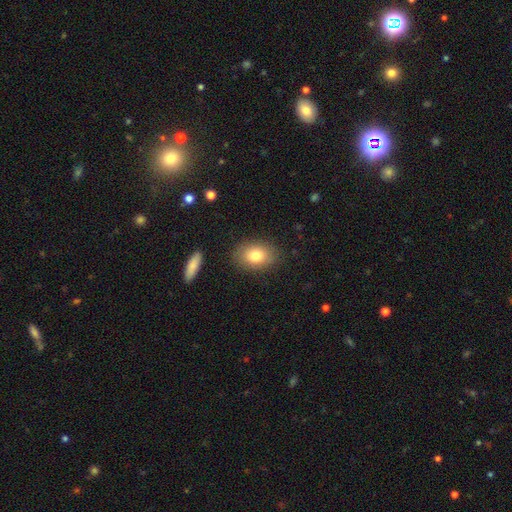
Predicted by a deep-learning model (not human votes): Smooth or featured: smooth — 79% (featured or disk — 12%)
How rounded: in between — 75% (round — 24%)
Merging: none — 85% (minor disturbance — 11%)